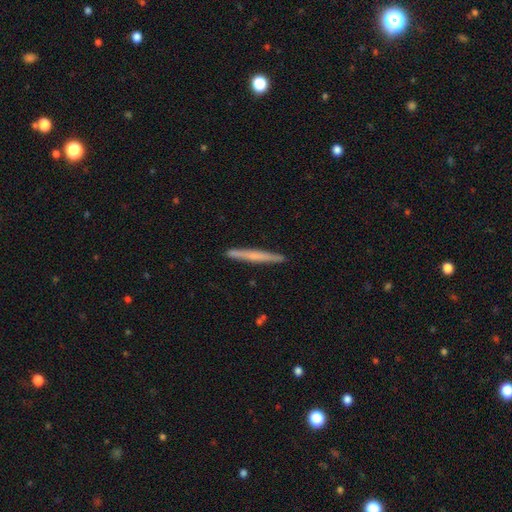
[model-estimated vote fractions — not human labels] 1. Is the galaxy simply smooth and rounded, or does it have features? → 52% smooth, 43% featured or disk, 5% star or artifact.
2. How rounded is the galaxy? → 97% cigar-shaped, 2% in between, 1% round.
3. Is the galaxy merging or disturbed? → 91% none, 6% minor disturbance, 1% major disturbance, 1% merger.